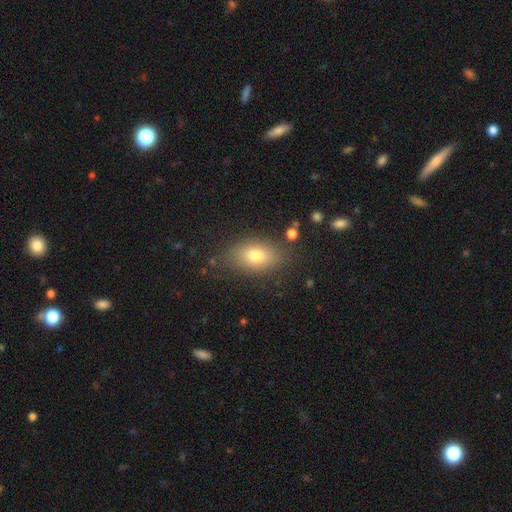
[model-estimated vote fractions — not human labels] Smooth or featured? Predicted: smooth (p=0.76). How rounded? Predicted: in between (p=0.85). Merging? Predicted: none (p=0.81).